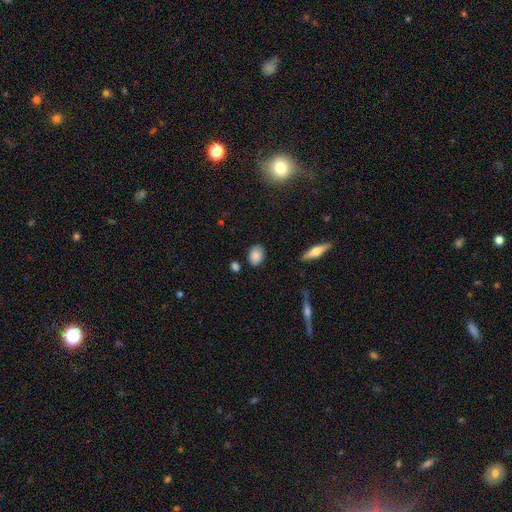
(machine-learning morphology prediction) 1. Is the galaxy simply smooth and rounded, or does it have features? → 86% smooth, 8% star or artifact, 7% featured or disk.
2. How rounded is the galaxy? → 76% in between, 22% round, 2% cigar-shaped.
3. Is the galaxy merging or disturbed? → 83% none, 11% minor disturbance, 3% merger, 3% major disturbance.